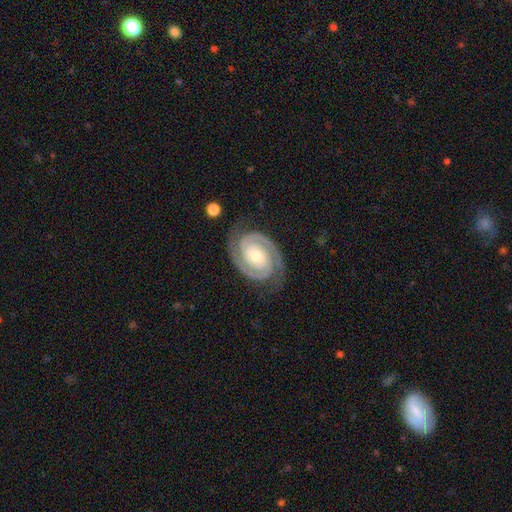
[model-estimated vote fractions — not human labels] Smooth or featured? Predicted: featured or disk (p=0.93). Edge-on disk? Predicted: no (p=0.98). Bar? Predicted: no (p=0.60). Spiral arms? Predicted: yes (p=0.99). Spiral winding? Predicted: tight (p=0.74). Spiral arm count? Predicted: 2 (p=0.94). Bulge size? Predicted: moderate (p=0.53). Merging? Predicted: none (p=0.84).